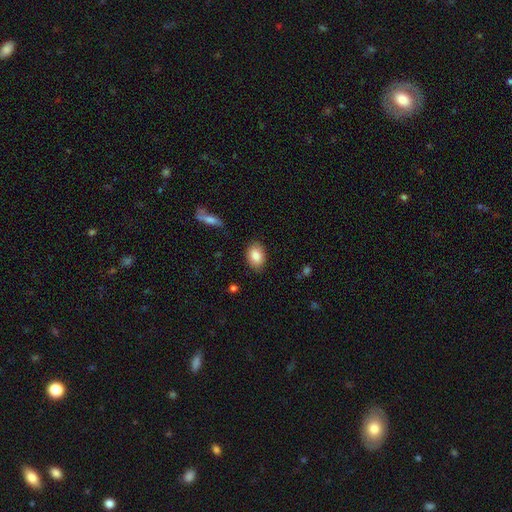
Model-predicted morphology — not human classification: Smooth or featured?
  - smooth: 86% *
  - star or artifact: 7%
  - featured or disk: 7%
How rounded?
  - in between: 79% *
  - round: 20%
  - cigar-shaped: 1%
Merging?
  - none: 85% *
  - minor disturbance: 11%
  - major disturbance: 2%
  - merger: 1%